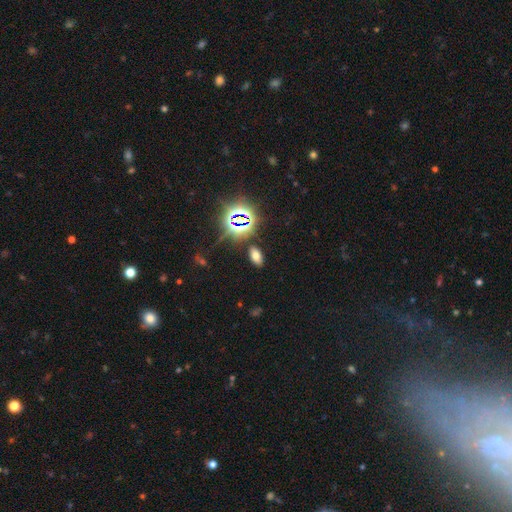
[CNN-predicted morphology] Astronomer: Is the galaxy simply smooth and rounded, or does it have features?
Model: smooth — 56% (runner-up: star or artifact, 34%).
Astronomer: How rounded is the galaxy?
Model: in between — 90%.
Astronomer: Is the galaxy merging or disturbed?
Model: none — 87%.